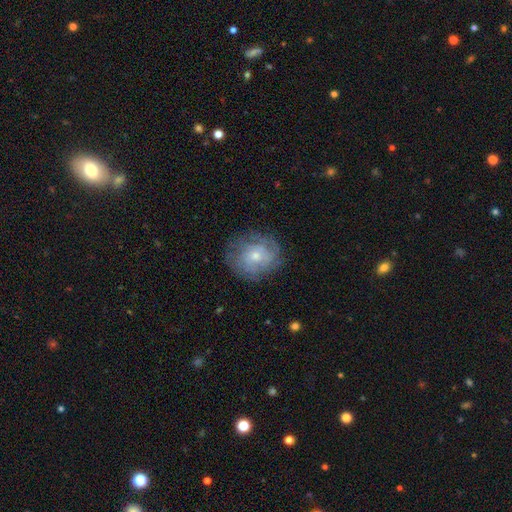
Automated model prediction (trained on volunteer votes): Smooth or featured: featured or disk — 64% (smooth — 28%)
Edge-on disk: no — 97% (yes — 3%)
Bar: no — 80% (weak — 18%)
Spiral arms: yes — 80% (no — 20%)
Spiral winding: tight — 67% (medium — 24%)
Spiral arm count: can't tell — 55% (2 — 13%)
Bulge size: small — 64% (moderate — 32%)
Merging: none — 75% (minor disturbance — 16%)